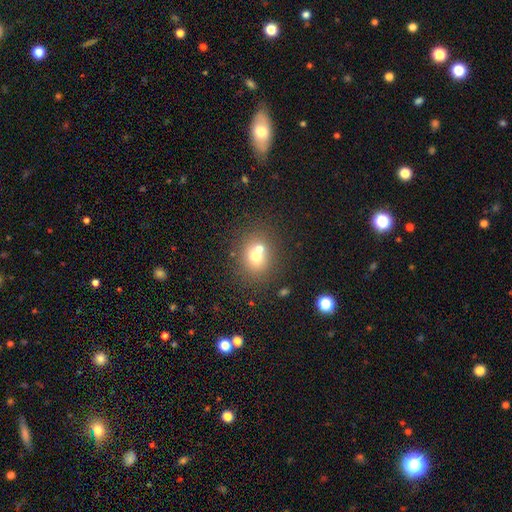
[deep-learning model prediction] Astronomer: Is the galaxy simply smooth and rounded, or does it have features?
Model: smooth — 67%.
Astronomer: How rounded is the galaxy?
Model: round — 74%.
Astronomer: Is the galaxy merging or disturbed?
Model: none — 49% (runner-up: merger, 40%).